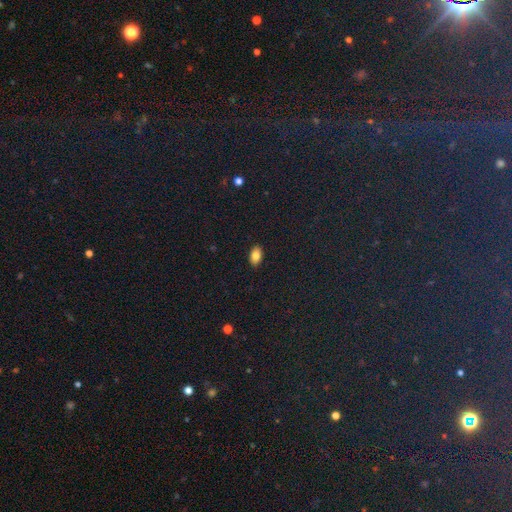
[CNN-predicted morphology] Smooth or featured?
  - smooth: 84% *
  - star or artifact: 9%
  - featured or disk: 8%
How rounded?
  - in between: 91% *
  - round: 7%
  - cigar-shaped: 2%
Merging?
  - none: 90% *
  - minor disturbance: 7%
  - major disturbance: 2%
  - merger: 1%